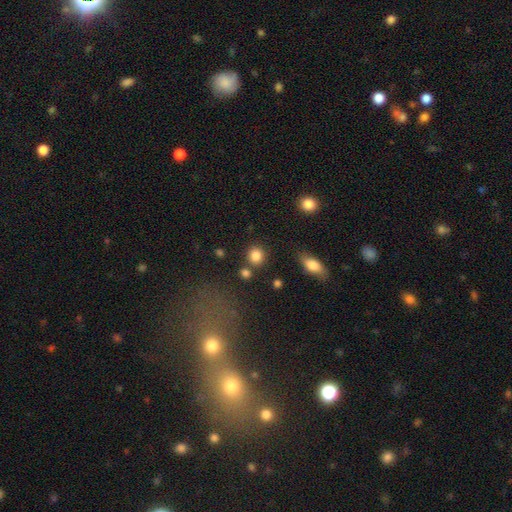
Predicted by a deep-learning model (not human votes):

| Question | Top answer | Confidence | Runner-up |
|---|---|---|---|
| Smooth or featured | smooth | 85% | star or artifact (10%) |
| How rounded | round | 85% | in between (13%) |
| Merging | none | 79% | merger (9%) |